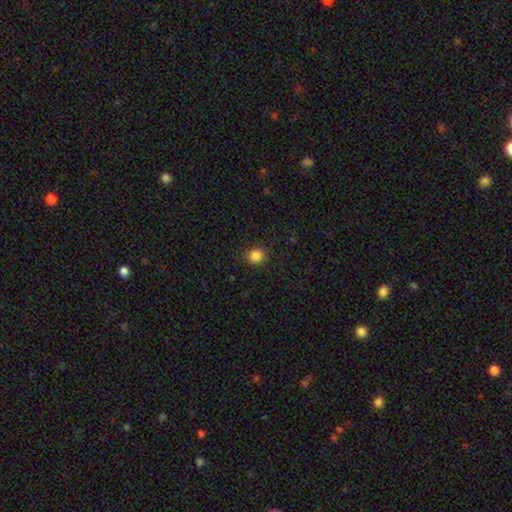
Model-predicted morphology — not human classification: smooth 85%, star or artifact 11%, featured or disk 3%. Down the decision tree: how rounded — round (86%); merging — none (90%).